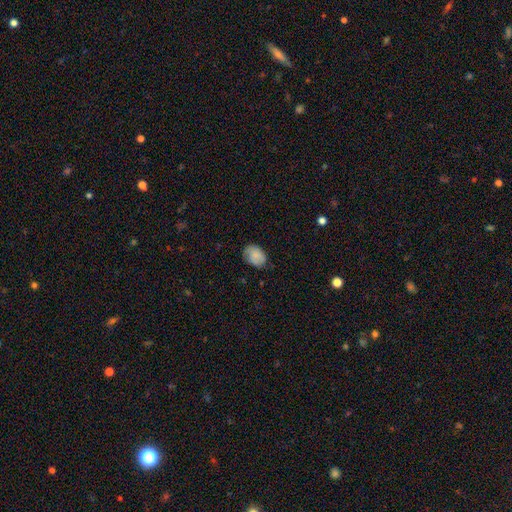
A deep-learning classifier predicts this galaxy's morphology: A smooth galaxy with no disk features (76%) that is in between round and cigar-shaped (72%).

Vote fractions:
- Smooth or featured? smooth: 76% / featured or disk: 16% / star or artifact: 8%
- How rounded? in between: 72% / round: 27% / cigar-shaped: 1%
- Merging? none: 65% / minor disturbance: 27% / major disturbance: 7% / merger: 1%